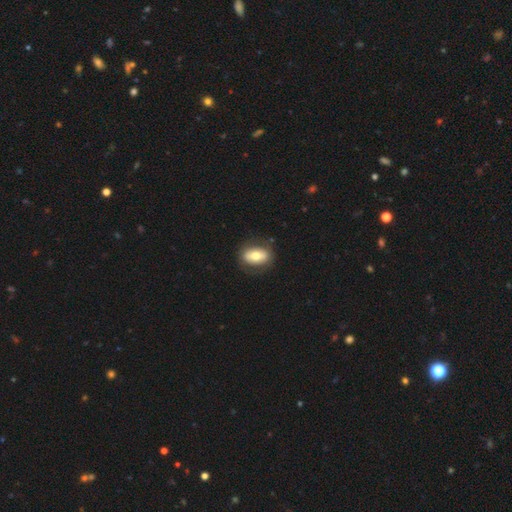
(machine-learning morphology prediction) smooth_or_featured: smooth (p=0.66) [alt: featured or disk p=0.28]
how_rounded: in between (p=0.85) [alt: round p=0.12]
merging: none (p=0.81) [alt: minor disturbance p=0.13]